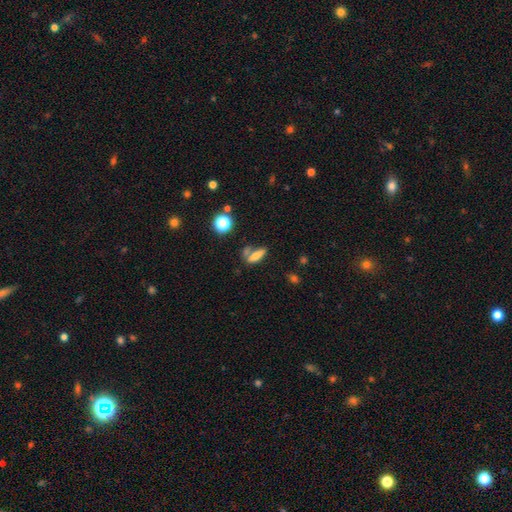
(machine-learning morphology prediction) A smooth galaxy with no disk features (64%) that is cigar-shaped (49%). Merging: none (51%).